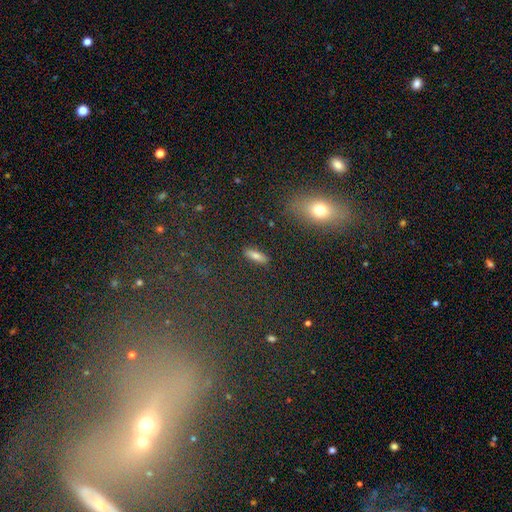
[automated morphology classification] Smooth or featured: smooth — 64% (star or artifact — 20%)
How rounded: in between — 52% (cigar-shaped — 38%)
Merging: none — 87% (minor disturbance — 8%)